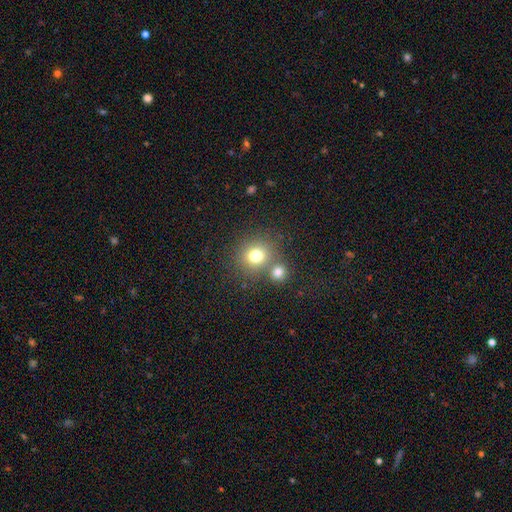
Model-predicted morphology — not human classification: A smooth galaxy with no disk features (76%) that is round (85%). Merging: none (63%).